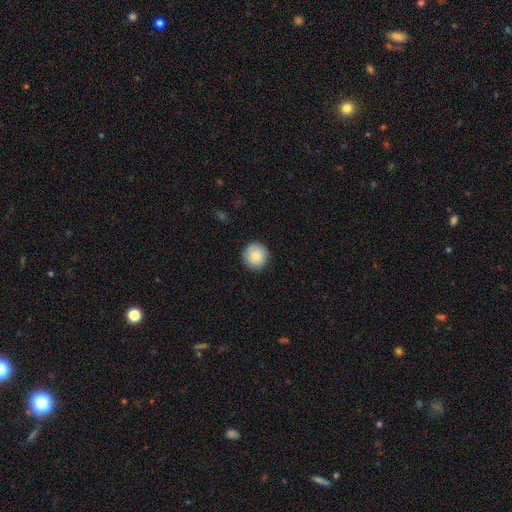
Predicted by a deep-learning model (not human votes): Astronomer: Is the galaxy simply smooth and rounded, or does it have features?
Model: smooth — 85%.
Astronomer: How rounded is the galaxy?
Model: round — 96%.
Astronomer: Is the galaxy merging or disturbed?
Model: none — 90%.